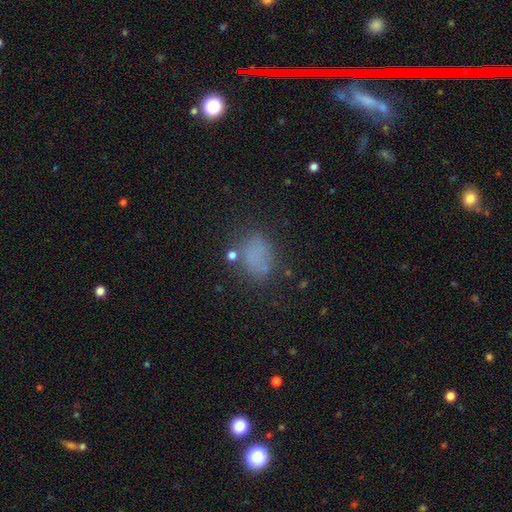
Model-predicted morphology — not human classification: Smooth or featured? smooth (69%)
How rounded? in between (69%)
Merging? none (63%)